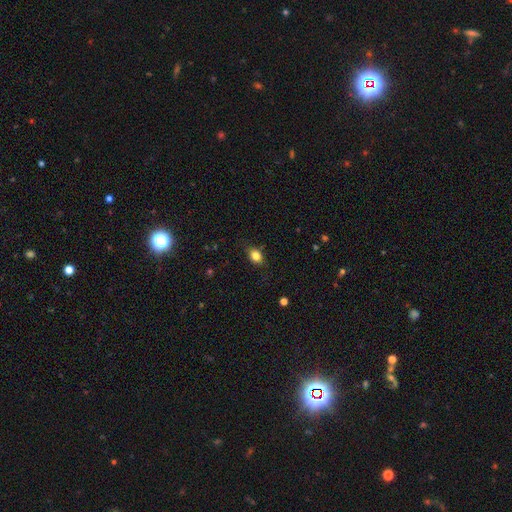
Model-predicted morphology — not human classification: Smooth or featured: smooth — 82% (star or artifact — 10%)
How rounded: in between — 63% (round — 35%)
Merging: none — 77% (minor disturbance — 18%)